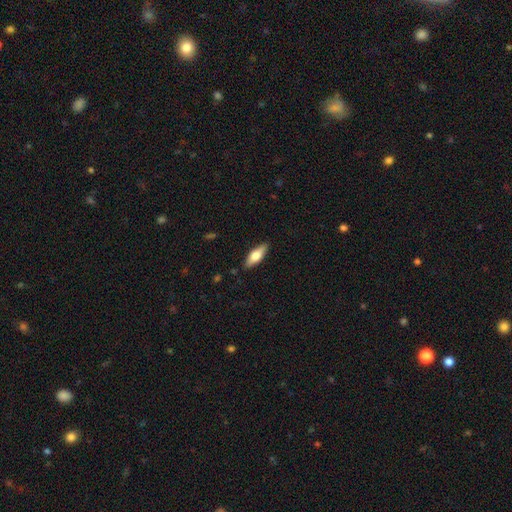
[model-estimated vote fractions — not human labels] Smooth or featured? smooth (62%)
How rounded? in between (62%)
Merging? none (87%)